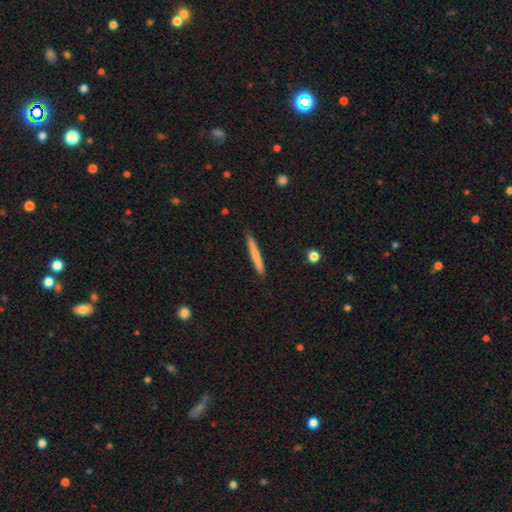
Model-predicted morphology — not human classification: Smooth or featured: smooth — 71% (featured or disk — 23%)
How rounded: cigar-shaped — 97% (in between — 2%)
Merging: none — 90% (minor disturbance — 7%)